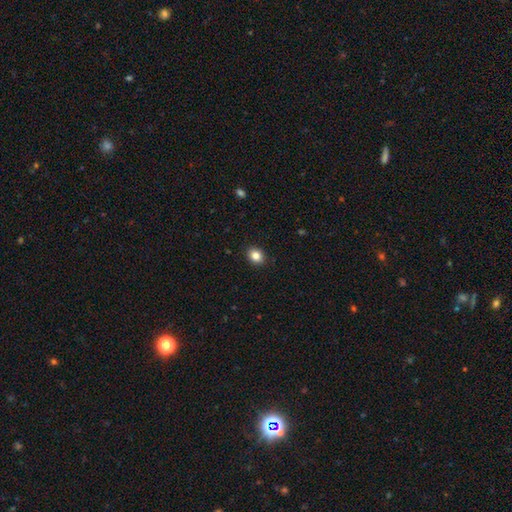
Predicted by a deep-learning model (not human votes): Q: Smooth or featured?
A: smooth (84%); runner-up: star or artifact (10%)
Q: How rounded?
A: round (56%); runner-up: in between (43%)
Q: Merging?
A: none (91%); runner-up: minor disturbance (7%)